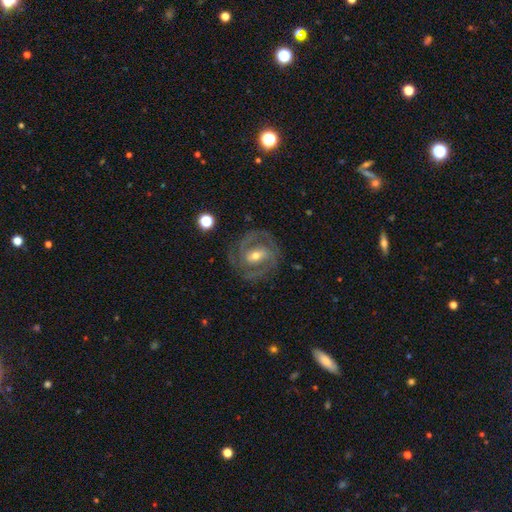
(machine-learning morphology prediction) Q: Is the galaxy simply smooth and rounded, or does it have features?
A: featured or disk — 86%.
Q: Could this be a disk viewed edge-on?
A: no — 97%.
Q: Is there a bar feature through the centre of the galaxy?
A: weak — 43%.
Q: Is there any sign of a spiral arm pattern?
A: yes — 94%.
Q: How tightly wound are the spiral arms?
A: tight — 50%.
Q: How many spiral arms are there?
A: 2 — 68%.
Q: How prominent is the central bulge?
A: moderate — 57%.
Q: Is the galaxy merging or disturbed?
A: none — 79%.